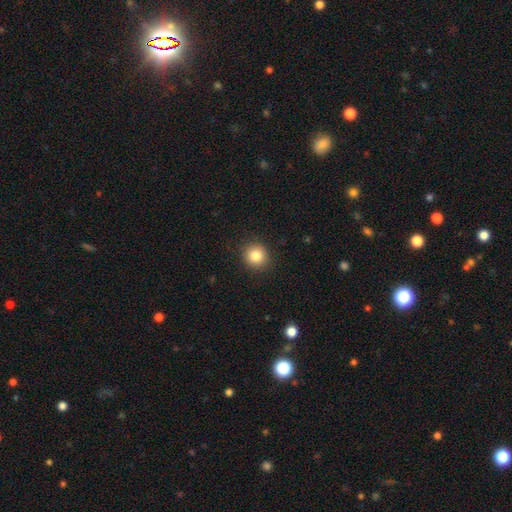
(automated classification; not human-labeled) Overall: smooth (84%). How rounded: round (90%). Merging: none (91%).